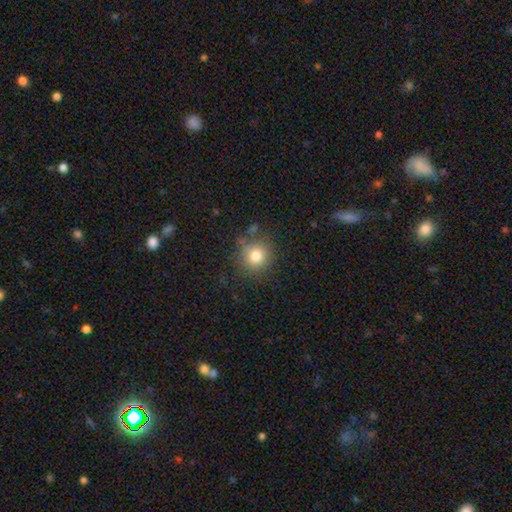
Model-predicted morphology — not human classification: smooth-or-featured: smooth: 80% | star or artifact: 12% | featured or disk: 8%
  how-rounded: round: 91% | in between: 8% | cigar-shaped: 1%
  merging: none: 80% | minor disturbance: 12% | major disturbance: 5% | merger: 3%